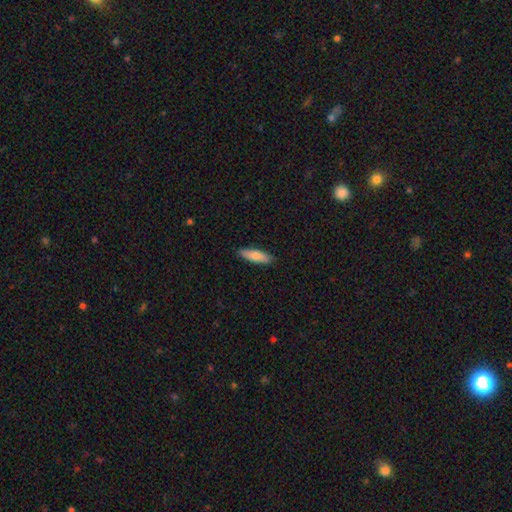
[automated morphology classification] Smooth or featured?
  - smooth: 79% *
  - featured or disk: 16%
  - star or artifact: 6%
How rounded?
  - cigar-shaped: 55% *
  - in between: 43%
  - round: 2%
Merging?
  - none: 88% *
  - minor disturbance: 9%
  - major disturbance: 2%
  - merger: 1%